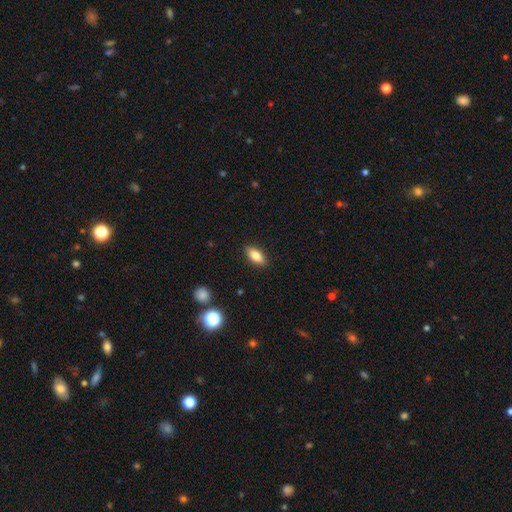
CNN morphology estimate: smooth-or-featured: smooth: 81% | featured or disk: 11% | star or artifact: 8%
  how-rounded: in between: 86% | cigar-shaped: 10% | round: 4%
  merging: none: 89% | minor disturbance: 8% | major disturbance: 2% | merger: 1%